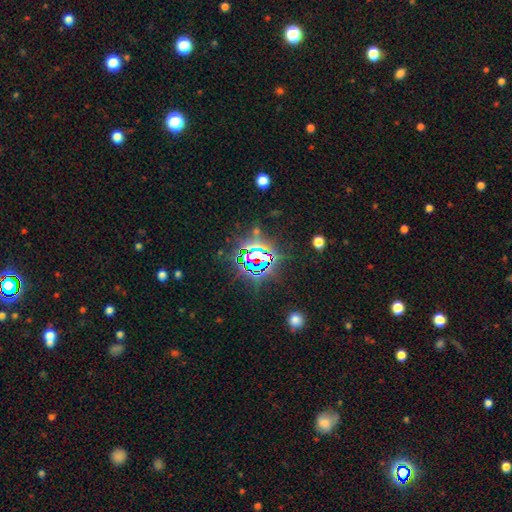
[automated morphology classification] Q: Smooth or featured?
A: star or artifact (81%); runner-up: smooth (11%)